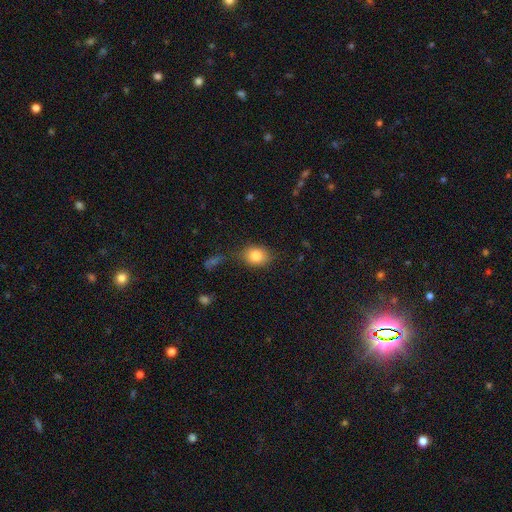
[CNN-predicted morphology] The model was most divided on "how rounded": in between: 55%, round: 44%, cigar-shaped: 1%. More confident: smooth or featured — smooth (82%); merging — none (71%).